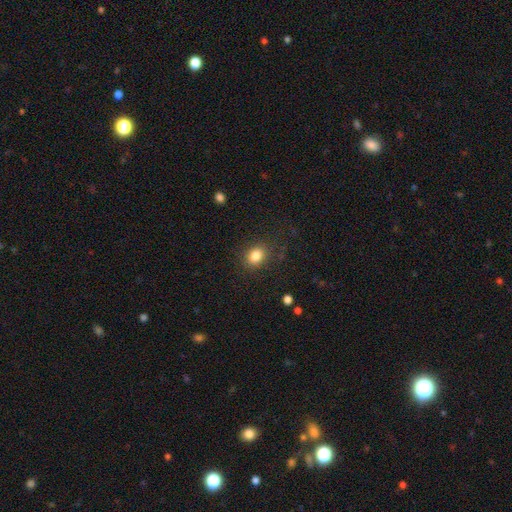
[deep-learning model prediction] This appears to be a smooth galaxy with no disk features (83%) that is in between round and cigar-shaped (51%). Merging: none (83%).